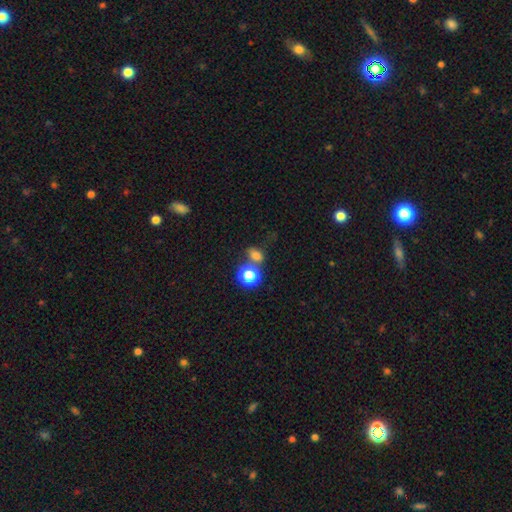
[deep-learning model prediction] Smooth or featured? Predicted: smooth (p=0.72). How rounded? Predicted: in between (p=0.52). Merging? Predicted: none (p=0.48).